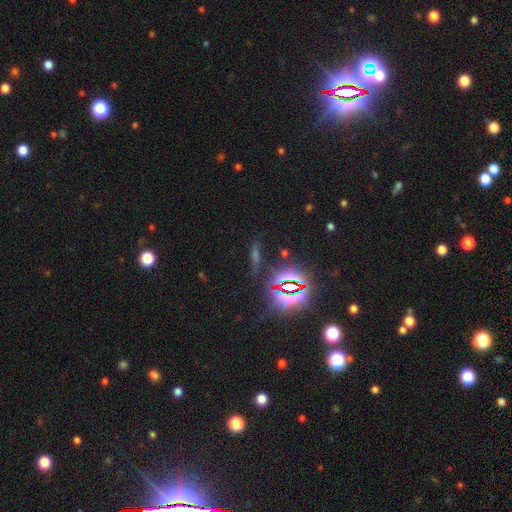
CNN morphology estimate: star or artifact 57%, smooth 24%, featured or disk 19%.